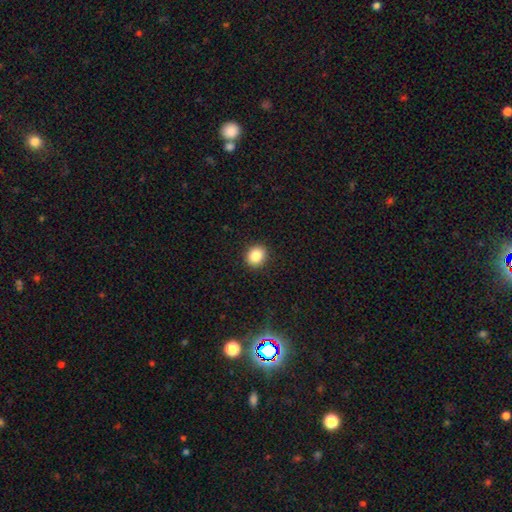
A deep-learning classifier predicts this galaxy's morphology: Overall: smooth (85%). How rounded: round (76%). Merging: none (91%).